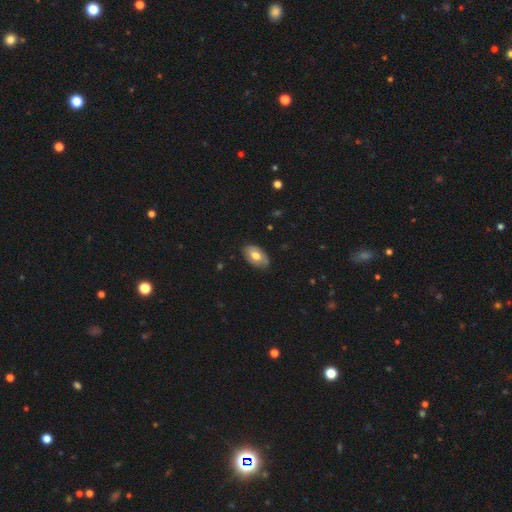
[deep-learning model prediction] Smooth or featured? Predicted: smooth (p=0.61). How rounded? Predicted: in between (p=0.93). Merging? Predicted: none (p=0.80).